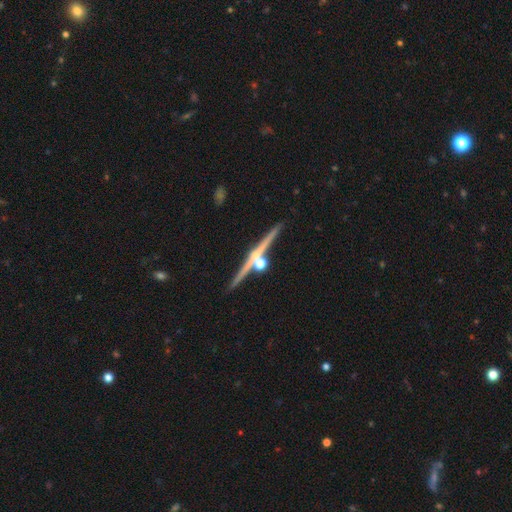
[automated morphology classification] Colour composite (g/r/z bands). It shows a featured or disk galaxy (76%) viewed edge-on (97%) with a rounded central bulge (78%). Merging: none (79%).